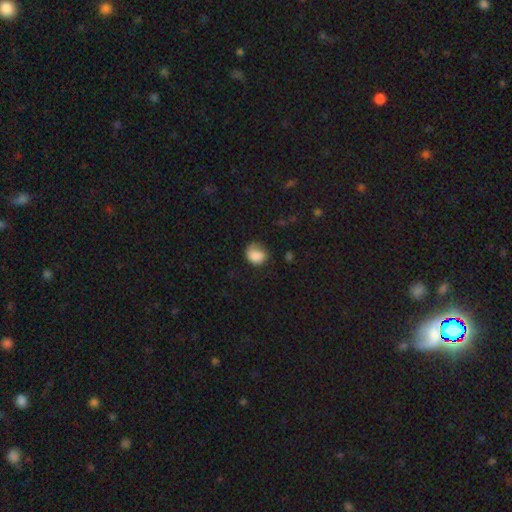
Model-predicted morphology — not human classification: type=smooth (84%); roundness=round (61%); merging=none (51%).